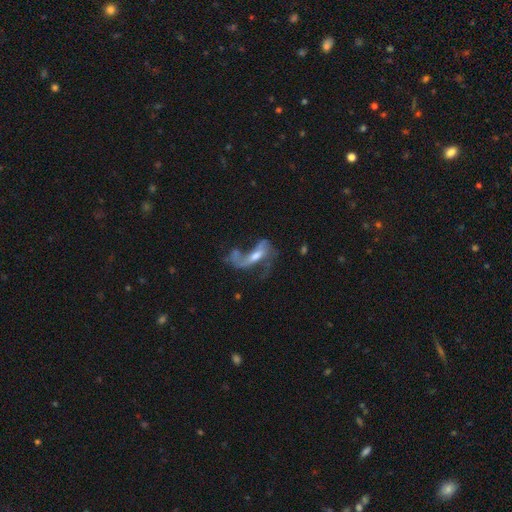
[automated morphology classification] A featured or disk galaxy (66%) with no bar (41%), spiral arms (63%) and a moderate central bulge (50%).

Vote fractions:
- Smooth or featured? featured or disk: 66% / smooth: 24% / star or artifact: 10%
- Edge-on disk? no: 83% / yes: 17%
- Bar? no: 41% / weak: 34% / strong: 25%
- Spiral arms? yes: 63% / no: 37%
- Bulge size? moderate: 50% / small: 29% / none: 10% / large: 9% / dominant: 2%
- Merging? major disturbance: 43% / none: 26% / merger: 16% / minor disturbance: 15%